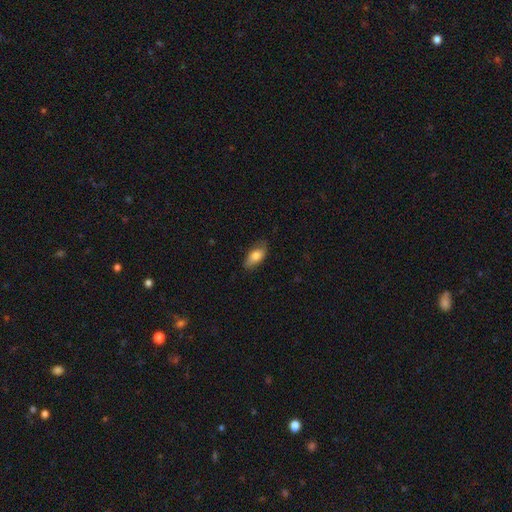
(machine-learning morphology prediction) smooth 76%, featured or disk 17%, star or artifact 7%. Down the decision tree: how rounded — in between (86%); merging — none (74%).